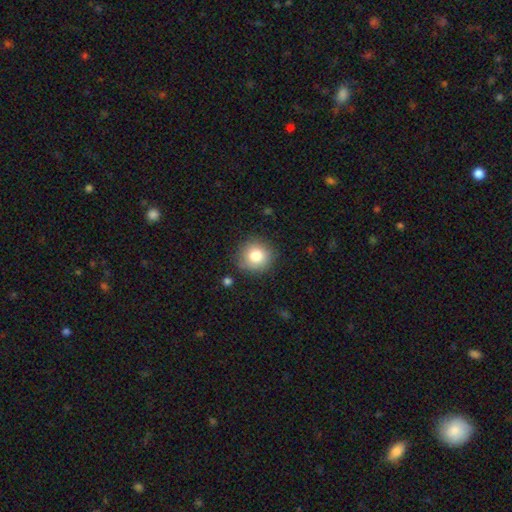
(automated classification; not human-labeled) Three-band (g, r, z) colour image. It shows a smooth galaxy with no disk features (82%) that is round (91%). Merging: none (84%).